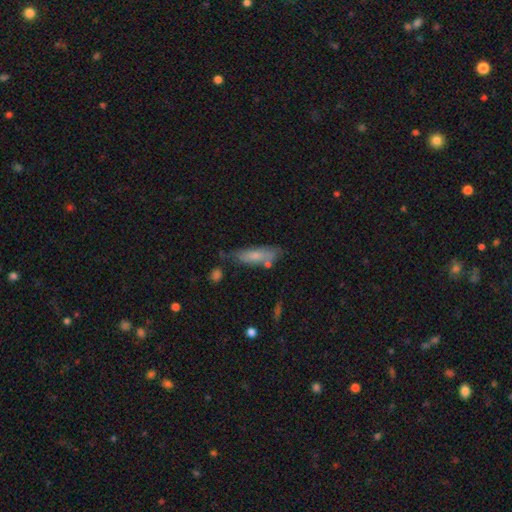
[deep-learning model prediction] Q: Smooth or featured?
A: smooth (70%); runner-up: featured or disk (23%)
Q: How rounded?
A: cigar-shaped (53%); runner-up: in between (45%)
Q: Merging?
A: none (57%); runner-up: minor disturbance (26%)